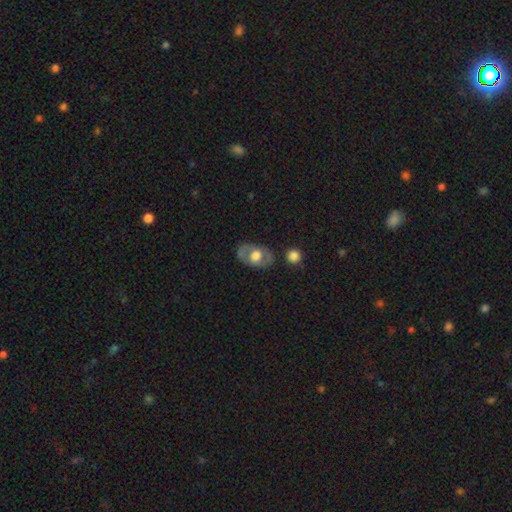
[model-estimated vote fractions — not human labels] smooth_or_featured: featured or disk (p=0.49) [alt: smooth p=0.45]
merging: none (p=0.73) [alt: minor disturbance p=0.17]